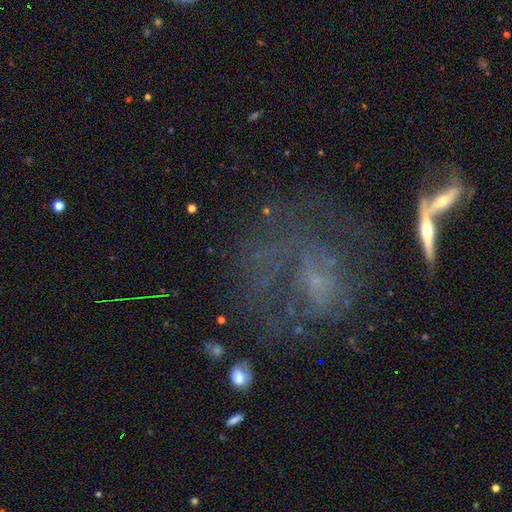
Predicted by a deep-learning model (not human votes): Smooth or featured: featured or disk — 55% (smooth — 22%)
Edge-on disk: no — 93% (yes — 7%)
Bar: no — 75% (weak — 19%)
Spiral arms: no — 59% (yes — 41%)
Bulge size: small — 43% (none — 41%)
Merging: none — 39% (major disturbance — 35%)